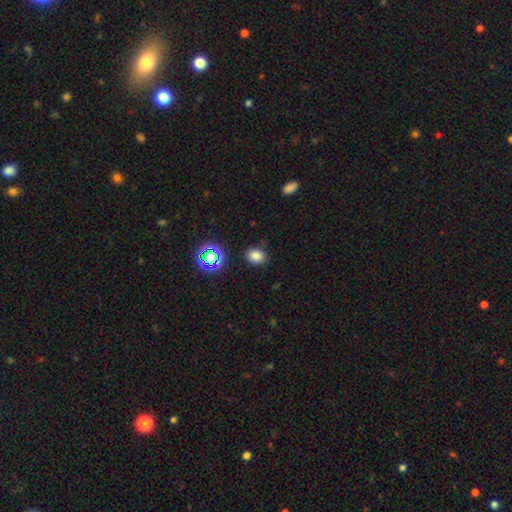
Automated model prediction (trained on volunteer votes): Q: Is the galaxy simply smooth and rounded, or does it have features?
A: smooth — 78%.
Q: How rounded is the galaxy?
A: in between — 54%.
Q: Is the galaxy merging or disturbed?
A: none — 82%.